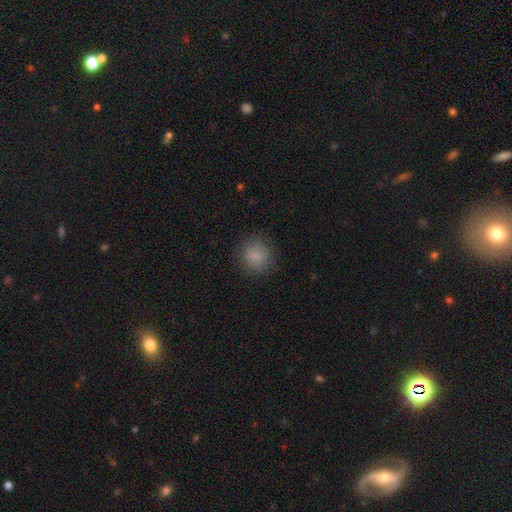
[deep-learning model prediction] Overall: smooth (80%). How rounded: round (77%). Merging: none (80%).